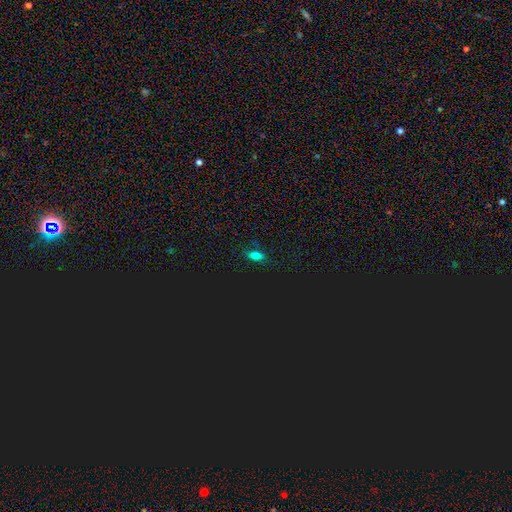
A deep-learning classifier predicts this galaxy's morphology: smooth-or-featured: smooth: 62% | star or artifact: 28% | featured or disk: 10%
  how-rounded: in between: 79% | cigar-shaped: 12% | round: 9%
  merging: none: 82% | minor disturbance: 12% | major disturbance: 3% | merger: 2%